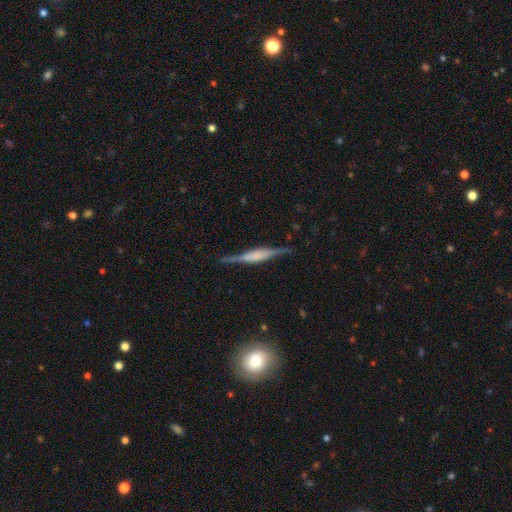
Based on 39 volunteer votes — Smooth or featured: featured or disk — 87% (smooth — 10%)
Edge-on disk: yes — 100%
Edge-on bulge: boxy — 74% (rounded — 24%)
Merging: none — 87% (minor disturbance — 8%)